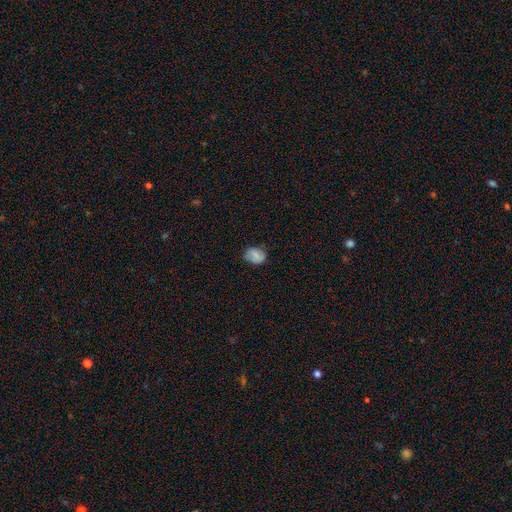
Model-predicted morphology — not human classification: Smooth or featured?
  - smooth: 74% *
  - featured or disk: 18%
  - star or artifact: 9%
How rounded?
  - in between: 56% *
  - round: 43%
  - cigar-shaped: 1%
Merging?
  - none: 70% *
  - minor disturbance: 24%
  - major disturbance: 5%
  - merger: 1%